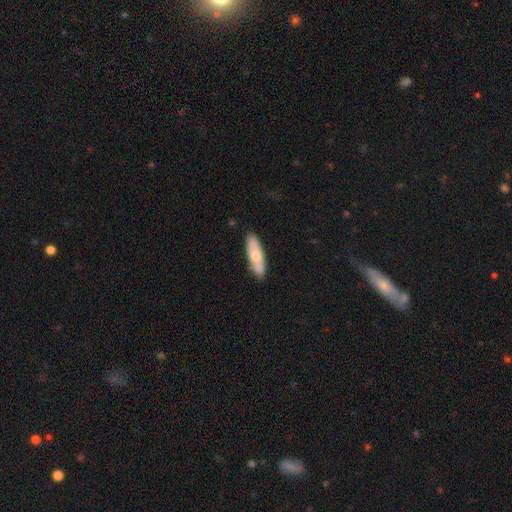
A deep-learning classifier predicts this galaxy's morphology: smooth_or_featured: smooth (p=0.59) [alt: featured or disk p=0.36]
how_rounded: in between (p=0.50) [alt: cigar-shaped p=0.48]
merging: none (p=0.80) [alt: minor disturbance p=0.14]